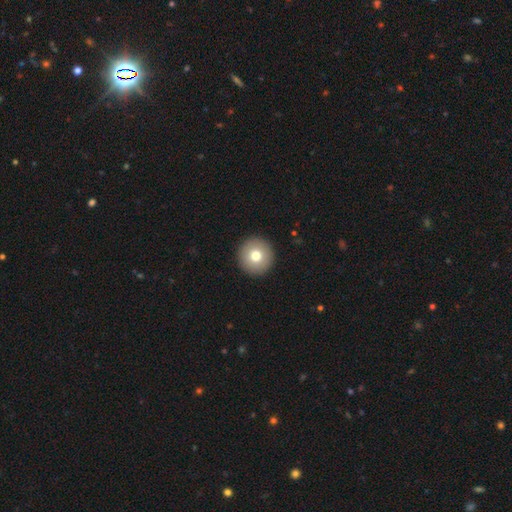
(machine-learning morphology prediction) A smooth galaxy with no disk features (76%) that is round (96%).

Vote fractions:
- Smooth or featured? smooth: 76% / featured or disk: 15% / star or artifact: 9%
- How rounded? round: 96% / in between: 3% / cigar-shaped: 1%
- Merging? none: 94% / minor disturbance: 4% / major disturbance: 1% / merger: 1%